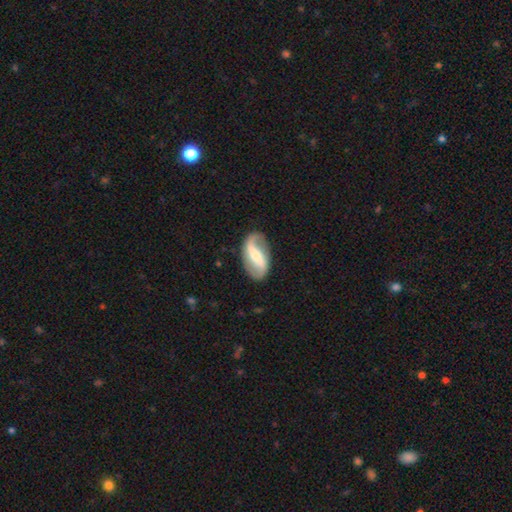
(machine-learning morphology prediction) smooth_or_featured: featured or disk (p=0.79) [alt: smooth p=0.16]
disk_edge_on: no (p=0.95) [alt: yes p=0.05]
bar: strong (p=0.56) [alt: weak p=0.30]
has_spiral_arms: yes (p=0.87) [alt: no p=0.13]
spiral_winding: loose (p=0.65) [alt: medium p=0.24]
spiral_arm_count: 2 (p=0.89) [alt: 1 p=0.04]
bulge_size: moderate (p=0.45) [alt: small p=0.41]
merging: none (p=0.83) [alt: minor disturbance p=0.12]